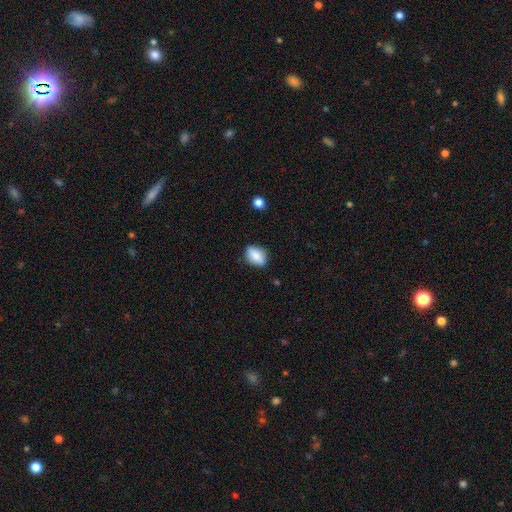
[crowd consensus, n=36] Smooth or featured?
  - smooth: 69% *
  - featured or disk: 31%
  - star or artifact: 0%
How rounded?
  - in between: 72% *
  - round: 16%
  - cigar-shaped: 12%
Merging?
  - none: 75% *
  - minor disturbance: 17%
  - major disturbance: 6%
  - merger: 3%